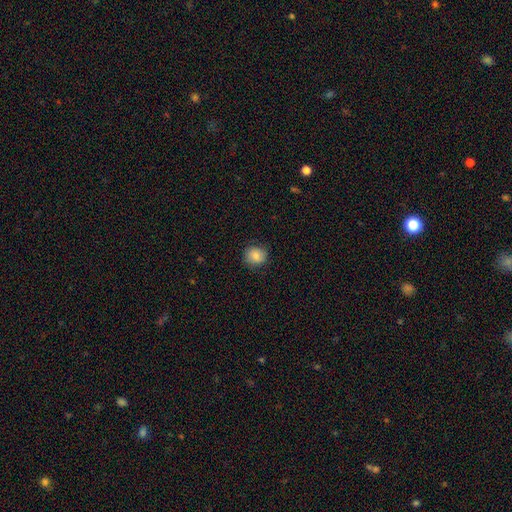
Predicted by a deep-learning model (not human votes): smooth-or-featured: smooth: 81% | featured or disk: 10% | star or artifact: 9%
  how-rounded: round: 82% | in between: 17% | cigar-shaped: 1%
  merging: none: 82% | minor disturbance: 13% | major disturbance: 3% | merger: 1%